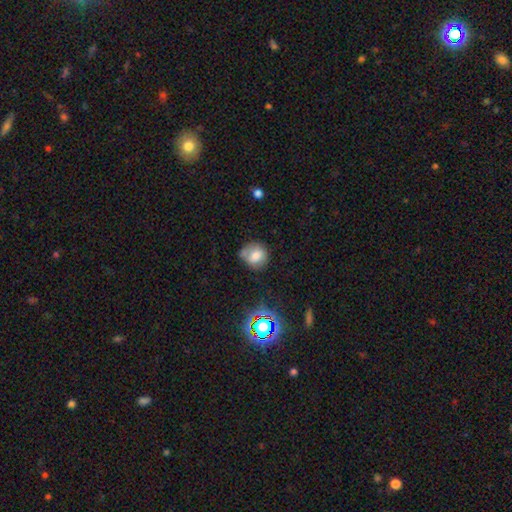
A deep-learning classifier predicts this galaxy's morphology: Smooth or featured?
  - smooth: 73% *
  - featured or disk: 14%
  - star or artifact: 13%
How rounded?
  - round: 80% *
  - in between: 19%
  - cigar-shaped: 1%
Merging?
  - none: 57% *
  - minor disturbance: 24%
  - merger: 13%
  - major disturbance: 7%